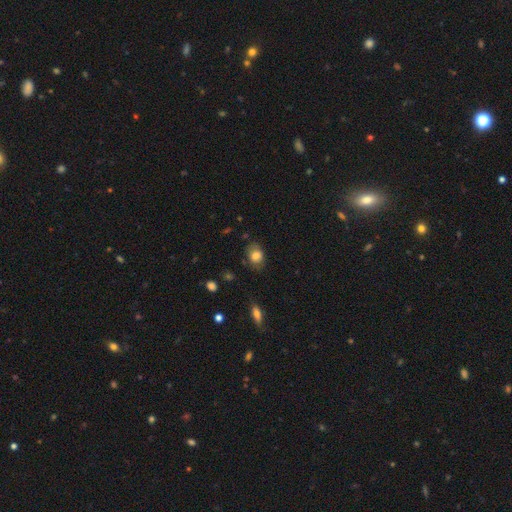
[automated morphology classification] Smooth or featured: smooth — 78% (featured or disk — 12%)
How rounded: in between — 61% (round — 38%)
Merging: none — 72% (minor disturbance — 21%)